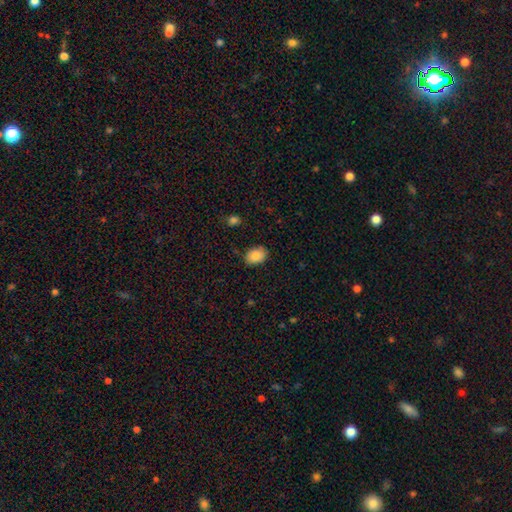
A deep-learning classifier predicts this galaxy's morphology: Smooth or featured?
  - smooth: 86% *
  - star or artifact: 8%
  - featured or disk: 6%
How rounded?
  - in between: 78% *
  - round: 21%
  - cigar-shaped: 1%
Merging?
  - none: 85% *
  - minor disturbance: 12%
  - major disturbance: 2%
  - merger: 1%